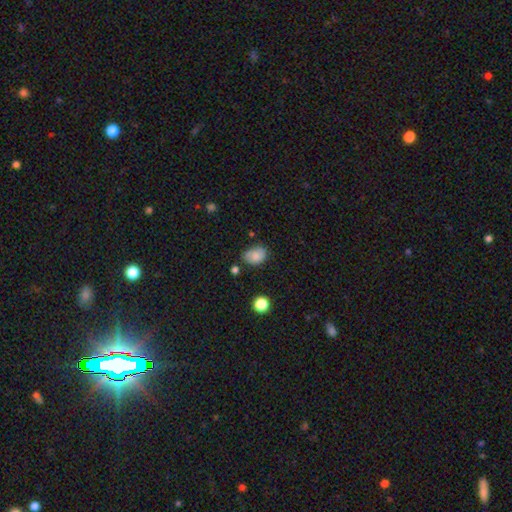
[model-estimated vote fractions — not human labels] Smooth or featured? Predicted: smooth (p=0.77). How rounded? Predicted: in between (p=0.74). Merging? Predicted: none (p=0.60).